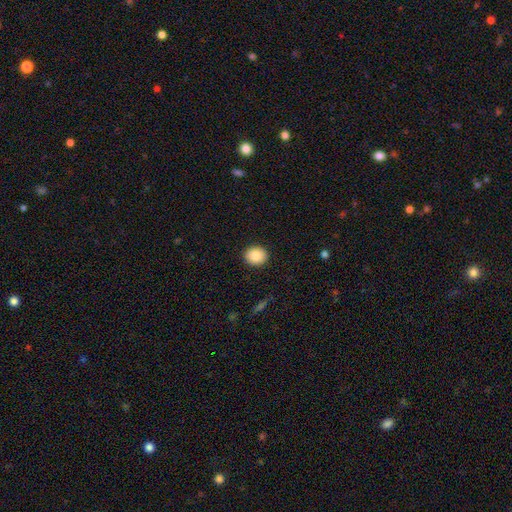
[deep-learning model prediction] A smooth galaxy with no disk features (89%) that is round (71%). Merging: none (91%).